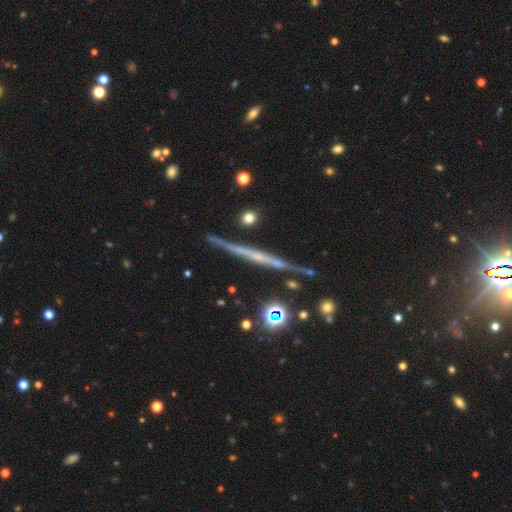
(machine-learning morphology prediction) smooth-or-featured: featured or disk: 75% | smooth: 17% | star or artifact: 9%
  disk-edge-on: yes: 97% | no: 3%
    edge-on-bulge: none: 67% | rounded: 24% | boxy: 9%
  merging: none: 87% | minor disturbance: 9% | merger: 2% | major disturbance: 2%